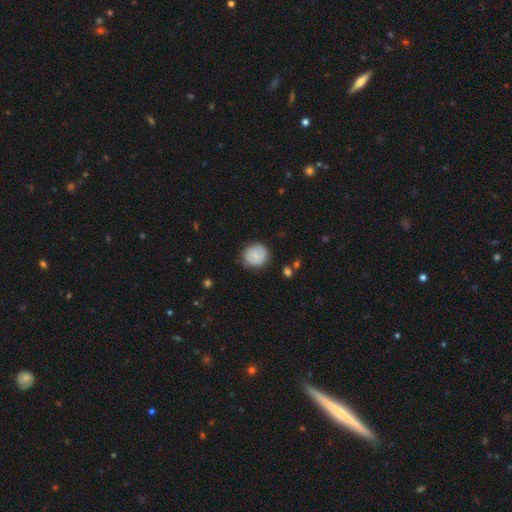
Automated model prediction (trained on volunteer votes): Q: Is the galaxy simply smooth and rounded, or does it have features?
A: smooth — 74%.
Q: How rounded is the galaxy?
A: round — 84%.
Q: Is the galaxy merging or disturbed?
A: none — 79%.